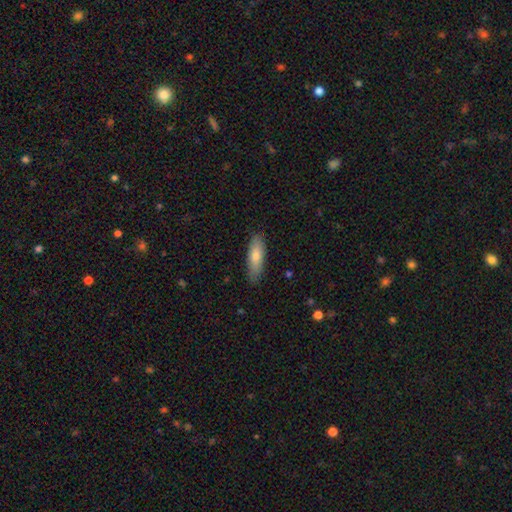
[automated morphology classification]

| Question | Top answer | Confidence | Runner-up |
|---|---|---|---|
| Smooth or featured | smooth | 76% | featured or disk (18%) |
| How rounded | cigar-shaped | 56% | in between (42%) |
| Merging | none | 85% | minor disturbance (12%) |